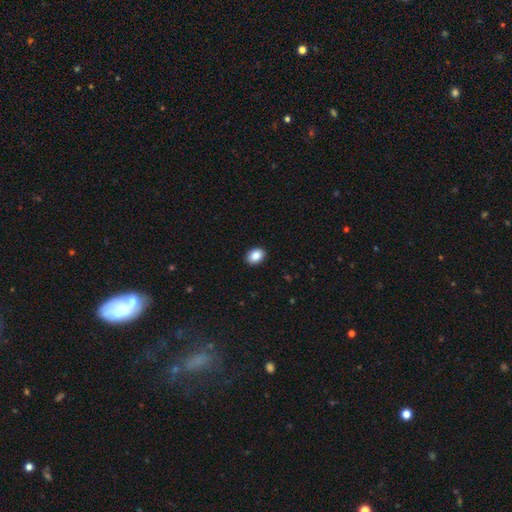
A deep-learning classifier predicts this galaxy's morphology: A smooth galaxy with no disk features (87%) that is in between round and cigar-shaped (72%).

Vote fractions:
- Smooth or featured? smooth: 87% / star or artifact: 8% / featured or disk: 5%
- How rounded? in between: 72% / round: 27% / cigar-shaped: 1%
- Merging? none: 91% / minor disturbance: 6% / major disturbance: 2% / merger: 1%